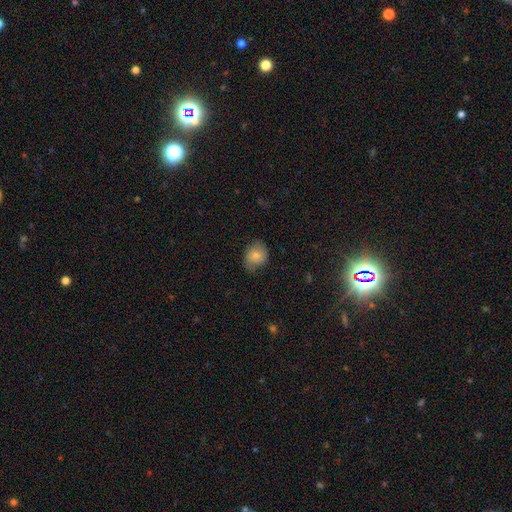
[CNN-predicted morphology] The model was most divided on "how rounded": round: 56%, in between: 43%, cigar-shaped: 1%. More confident: smooth or featured — smooth (71%); merging — none (65%).